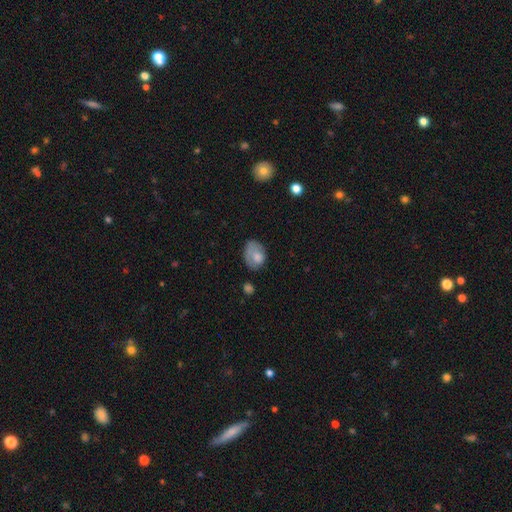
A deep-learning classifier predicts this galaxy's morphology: smooth_or_featured: smooth (p=0.70) [alt: featured or disk p=0.22]
how_rounded: in between (p=0.71) [alt: round p=0.28]
merging: none (p=0.42) [alt: minor disturbance p=0.34]